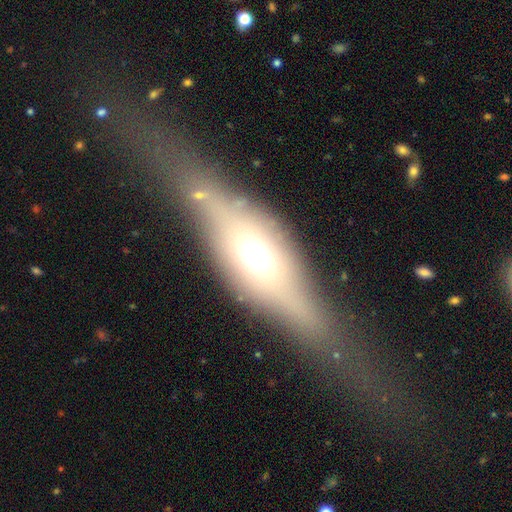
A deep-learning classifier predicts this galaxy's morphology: This is likely a featured or disk galaxy (63%). It is clearly viewed edge-on (86%). Edge-on bulge: clearly rounded (80%). Merging: likely none (69%).